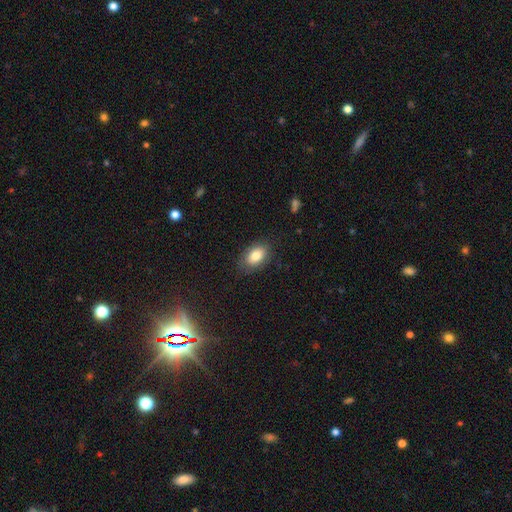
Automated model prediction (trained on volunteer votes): The model was most divided on "merging": none: 82%, minor disturbance: 13%, major disturbance: 4%, merger: 1%. More confident: how rounded — in between (88%); smooth or featured — smooth (82%).